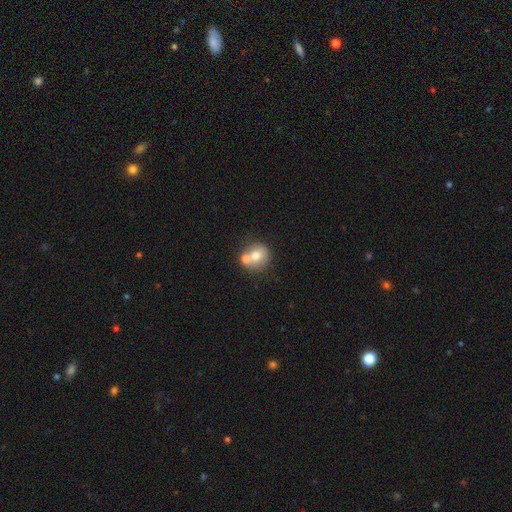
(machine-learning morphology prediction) type=smooth (70%); roundness=round (78%); merging=merger (44%).